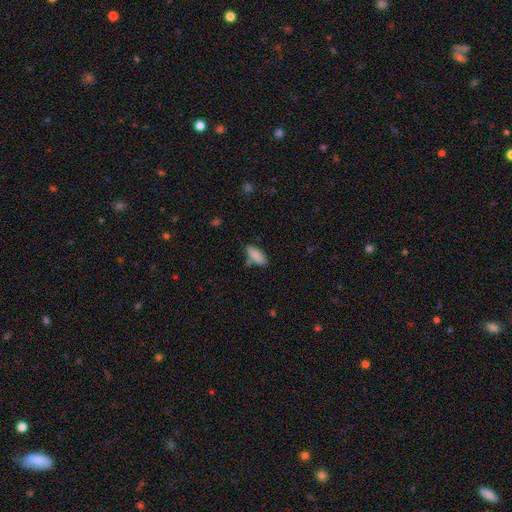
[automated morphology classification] Smooth or featured? Predicted: smooth (p=0.87). How rounded? Predicted: in between (p=0.76). Merging? Predicted: none (p=0.72).